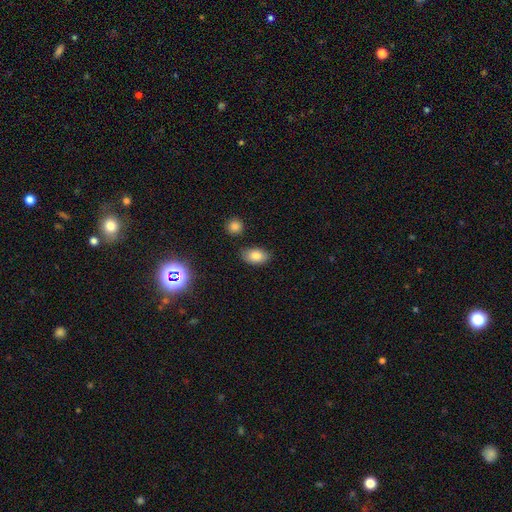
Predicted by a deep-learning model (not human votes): This appears to be a smooth galaxy with no disk features (83%) that is in between round and cigar-shaped (90%). Merging: none (80%).